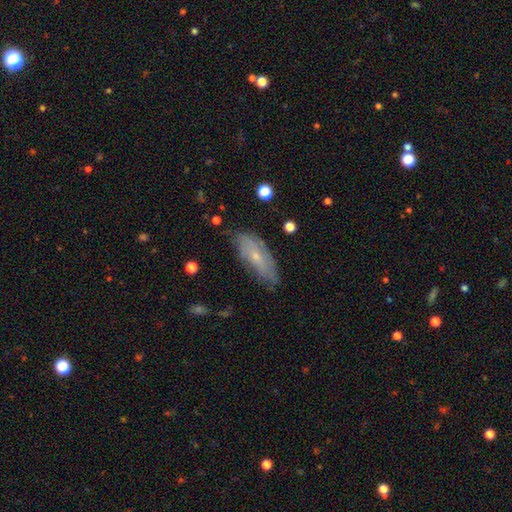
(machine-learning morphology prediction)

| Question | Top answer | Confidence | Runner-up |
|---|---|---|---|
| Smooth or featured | smooth | 48% | featured or disk (44%) |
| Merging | none | 70% | minor disturbance (23%) |